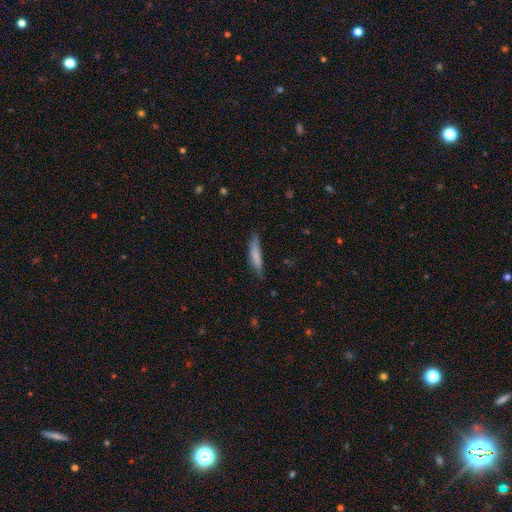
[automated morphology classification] smooth 75%, featured or disk 19%, star or artifact 6%. Down the decision tree: how rounded — cigar-shaped (82%); merging — none (67%).